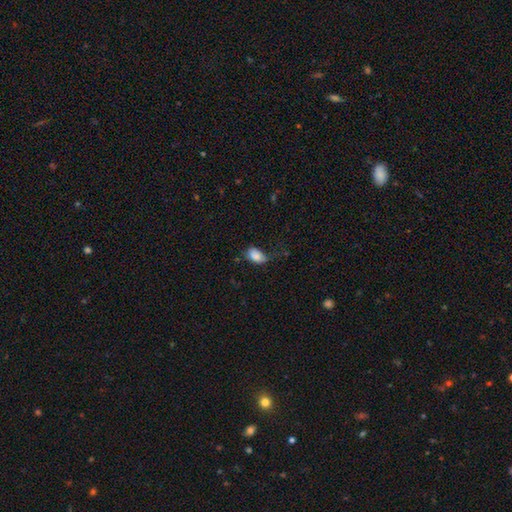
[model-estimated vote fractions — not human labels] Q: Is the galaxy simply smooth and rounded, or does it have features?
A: smooth — 84%.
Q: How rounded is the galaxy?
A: in between — 91%.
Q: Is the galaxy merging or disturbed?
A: none — 41%.